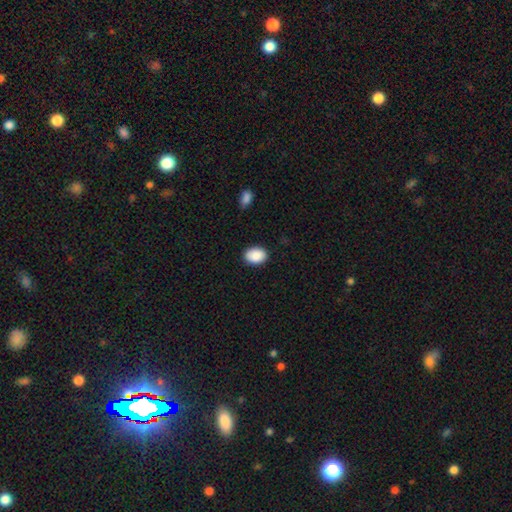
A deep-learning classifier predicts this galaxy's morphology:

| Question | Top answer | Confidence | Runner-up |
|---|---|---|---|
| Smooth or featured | smooth | 89% | star or artifact (7%) |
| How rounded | in between | 78% | round (21%) |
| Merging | none | 87% | minor disturbance (10%) |